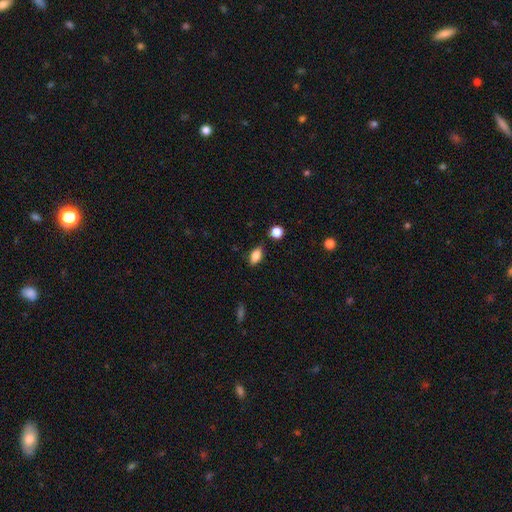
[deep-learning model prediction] This appears to be a smooth galaxy with no disk features (79%) that is in between round and cigar-shaped (86%). Merging: none (83%).